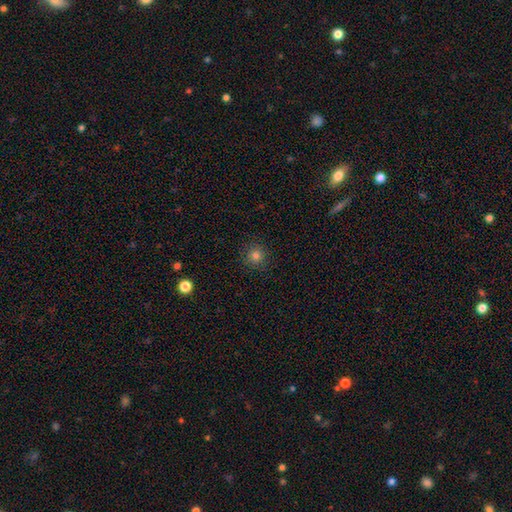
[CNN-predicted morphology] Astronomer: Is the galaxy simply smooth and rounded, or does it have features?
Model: smooth — 80%.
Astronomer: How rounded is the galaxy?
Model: round — 94%.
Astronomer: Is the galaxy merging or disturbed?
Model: none — 90%.